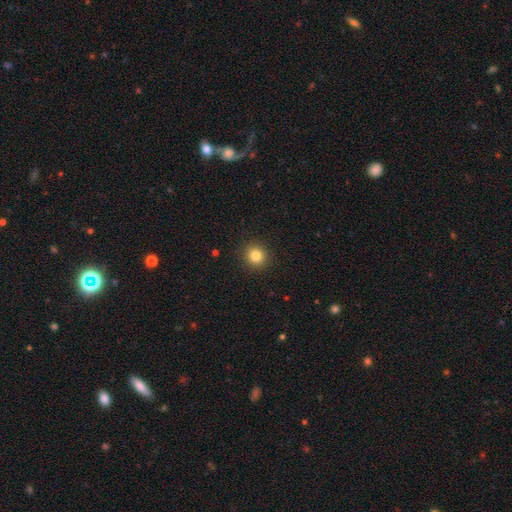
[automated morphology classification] The model was most divided on "smooth or featured": smooth: 83%, star or artifact: 12%, featured or disk: 6%. More confident: merging — none (92%); how rounded — round (90%).